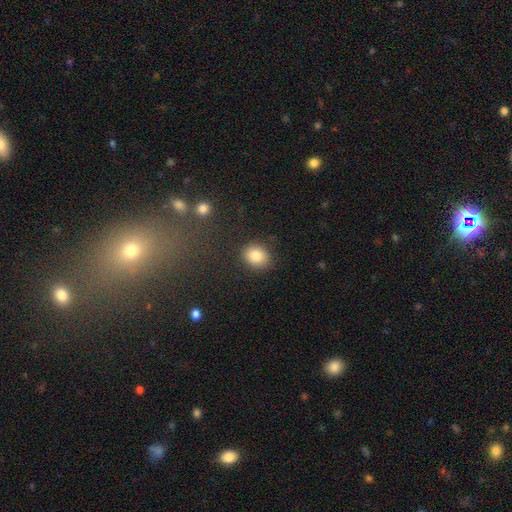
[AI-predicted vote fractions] A smooth galaxy with no disk features (84%) that is round (65%).

Vote fractions:
- Smooth or featured? smooth: 84% / star or artifact: 9% / featured or disk: 7%
- How rounded? round: 65% / in between: 34% / cigar-shaped: 1%
- Merging? none: 86% / minor disturbance: 9% / major disturbance: 3% / merger: 2%